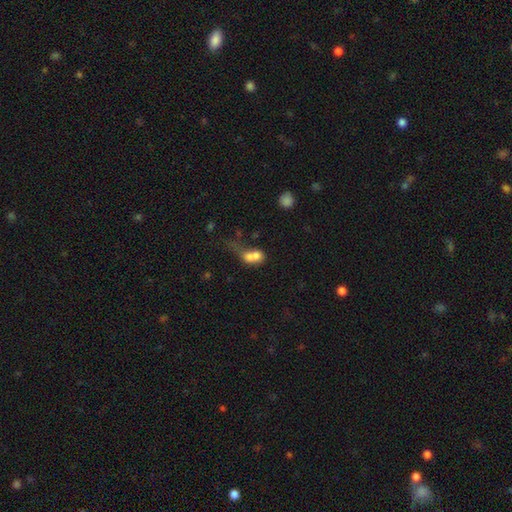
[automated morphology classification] smooth-or-featured: smooth: 69% | featured or disk: 20% | star or artifact: 11%
  how-rounded: in between: 49% | round: 48% | cigar-shaped: 3%
  merging: merger: 67% | none: 15% | major disturbance: 10% | minor disturbance: 8%